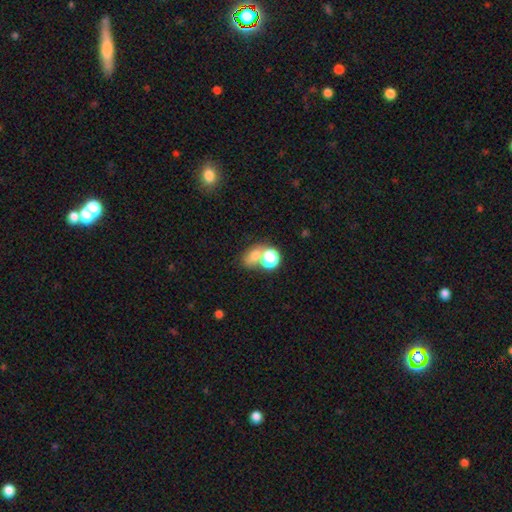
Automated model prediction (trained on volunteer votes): Smooth or featured? smooth (68%)
How rounded? in between (51%)
Merging? merger (43%)